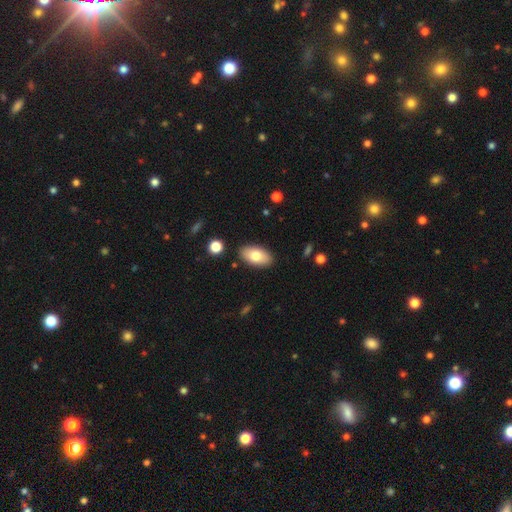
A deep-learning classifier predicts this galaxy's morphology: Overall: smooth (76%). How rounded: in between (94%). Merging: none (88%).